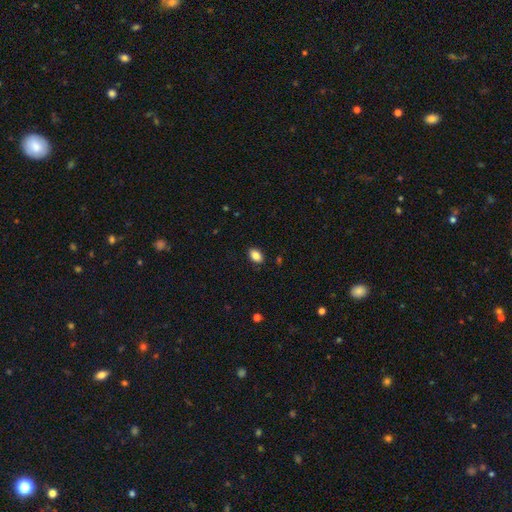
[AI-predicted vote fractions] Q: Smooth or featured?
A: smooth (86%); runner-up: star or artifact (8%)
Q: How rounded?
A: in between (87%); runner-up: round (12%)
Q: Merging?
A: none (88%); runner-up: minor disturbance (9%)